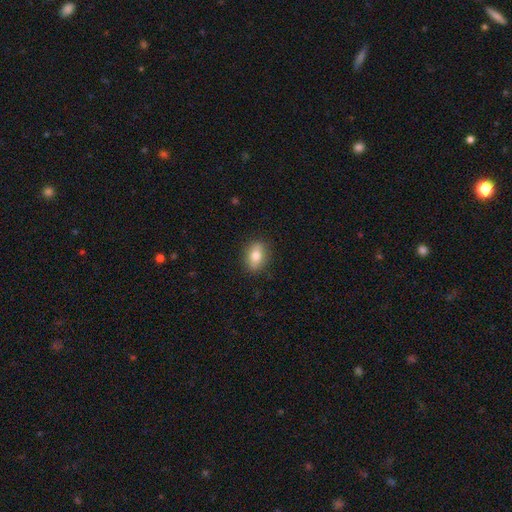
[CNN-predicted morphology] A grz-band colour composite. It shows a smooth galaxy with no disk features (74%) that is in between round and cigar-shaped (74%). Merging: none (87%).